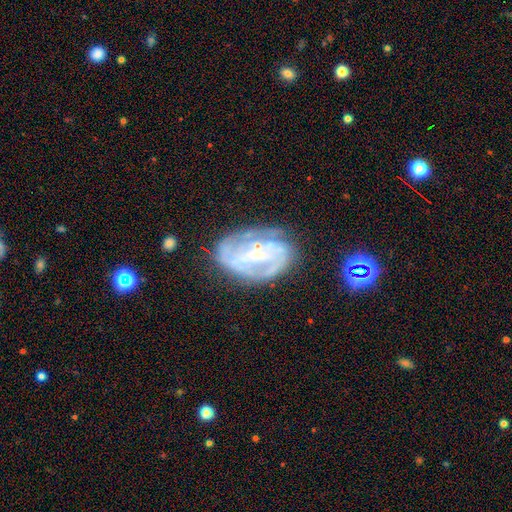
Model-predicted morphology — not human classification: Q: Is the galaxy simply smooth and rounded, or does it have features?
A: featured or disk — 74%.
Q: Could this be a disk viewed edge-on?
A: no — 95%.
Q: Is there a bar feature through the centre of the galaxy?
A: weak — 39%.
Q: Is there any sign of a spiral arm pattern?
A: yes — 84%.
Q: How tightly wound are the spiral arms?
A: tight — 50%.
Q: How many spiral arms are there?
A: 2 — 44%.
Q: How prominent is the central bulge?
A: small — 61%.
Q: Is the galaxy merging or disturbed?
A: none — 68%.